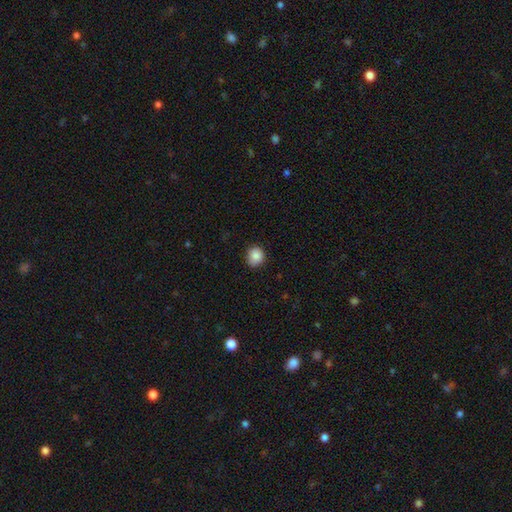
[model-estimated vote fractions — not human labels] A smooth galaxy with no disk features (87%) that is round (82%). Merging: none (84%).